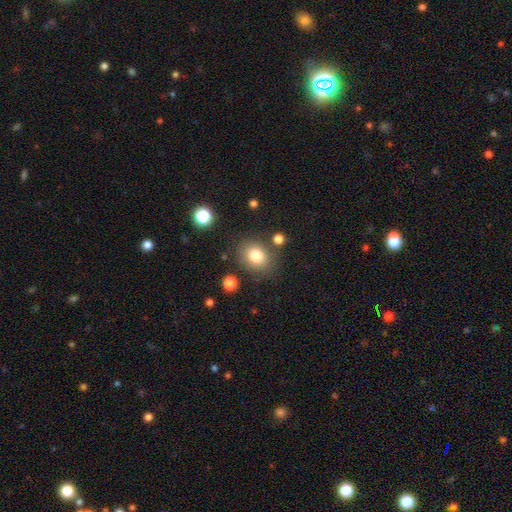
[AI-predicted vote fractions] Smooth or featured? smooth (79%)
How rounded? round (63%)
Merging? none (79%)